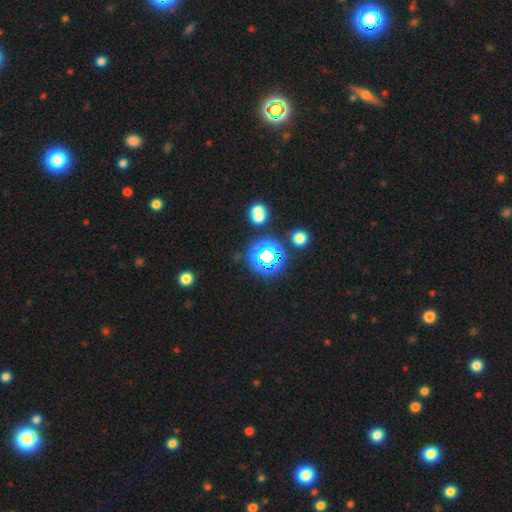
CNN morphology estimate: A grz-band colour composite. It shows a star or artifact, not a galaxy (72%).